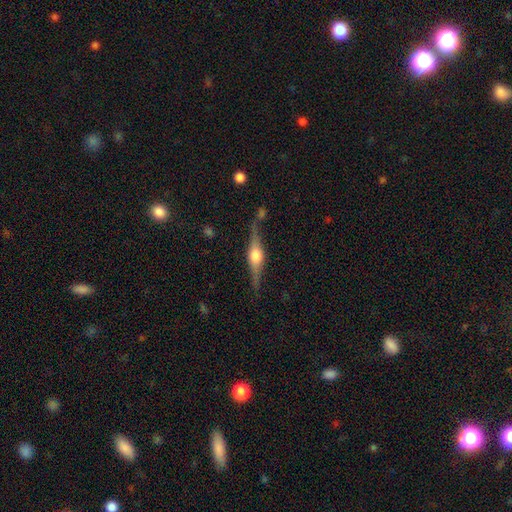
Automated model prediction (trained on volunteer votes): This appears to be a featured or disk galaxy (77%) viewed edge-on (96%) with a rounded central bulge (92%). Merging: none (77%).